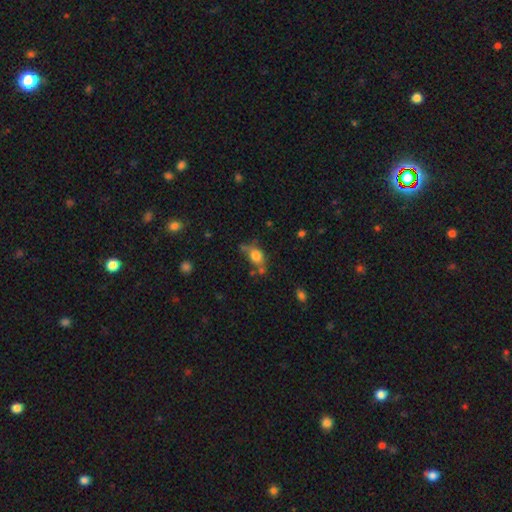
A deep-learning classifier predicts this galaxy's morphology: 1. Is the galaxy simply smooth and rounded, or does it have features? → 75% smooth, 13% featured or disk, 12% star or artifact.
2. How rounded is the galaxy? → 53% round, 44% in between, 3% cigar-shaped.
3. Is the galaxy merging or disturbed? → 49% none, 23% minor disturbance, 17% merger, 11% major disturbance.